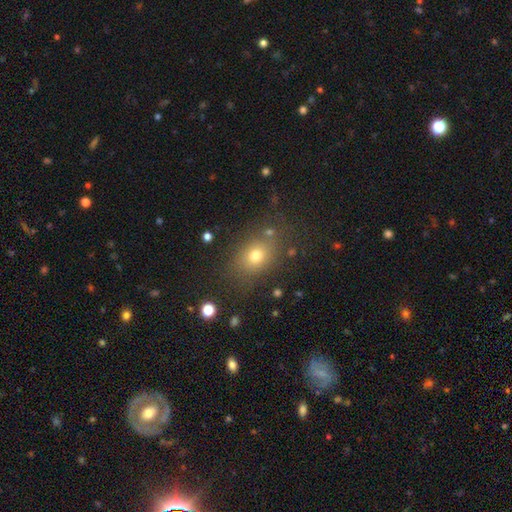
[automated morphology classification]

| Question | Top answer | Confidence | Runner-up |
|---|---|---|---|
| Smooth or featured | smooth | 72% | star or artifact (17%) |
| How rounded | in between | 57% | round (41%) |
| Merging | none | 77% | minor disturbance (12%) |